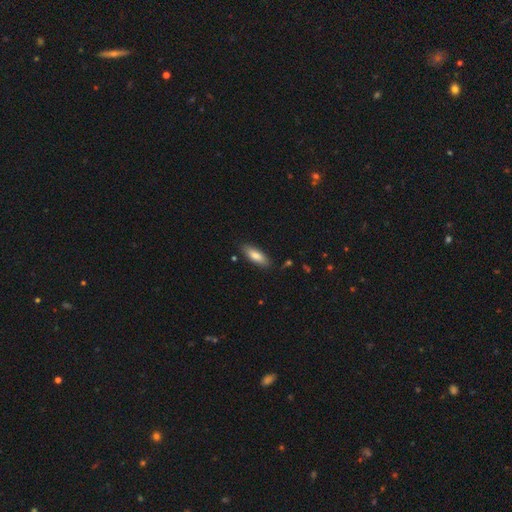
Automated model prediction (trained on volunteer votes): This appears to be a smooth galaxy with no disk features (82%) that is in between round and cigar-shaped (62%). Merging: none (84%).